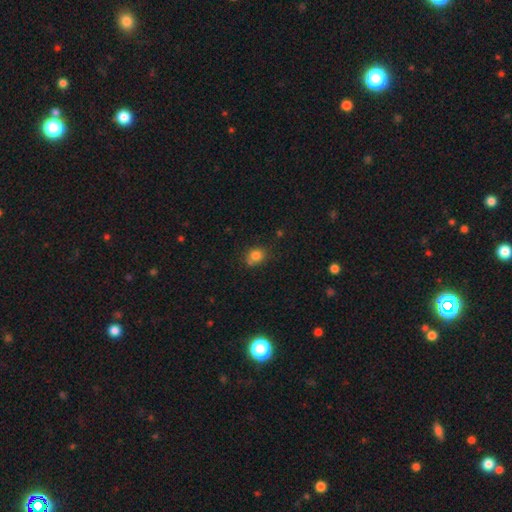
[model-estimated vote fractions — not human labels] The model was most divided on "how rounded": round: 70%, in between: 29%, cigar-shaped: 1%. More confident: smooth or featured — smooth (80%); merging — none (68%).